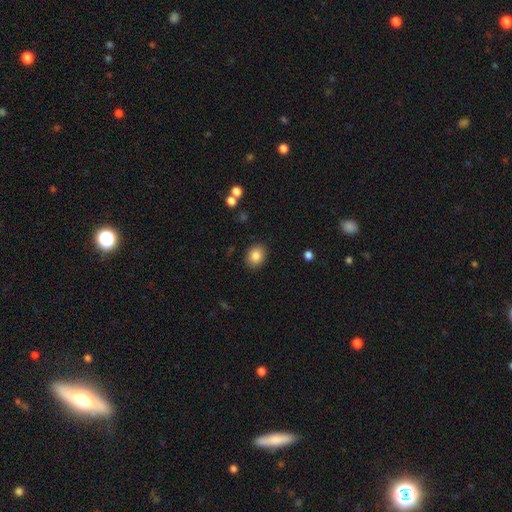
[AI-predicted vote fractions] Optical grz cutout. It shows a smooth galaxy with no disk features (84%) that is round (56%). Merging: none (88%).